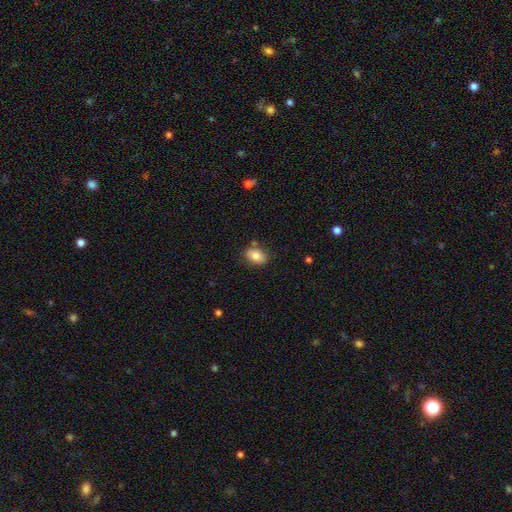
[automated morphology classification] smooth-or-featured: smooth: 83% | featured or disk: 9% | star or artifact: 8%
  how-rounded: in between: 84% | round: 14% | cigar-shaped: 2%
  merging: none: 81% | minor disturbance: 13% | merger: 4% | major disturbance: 3%